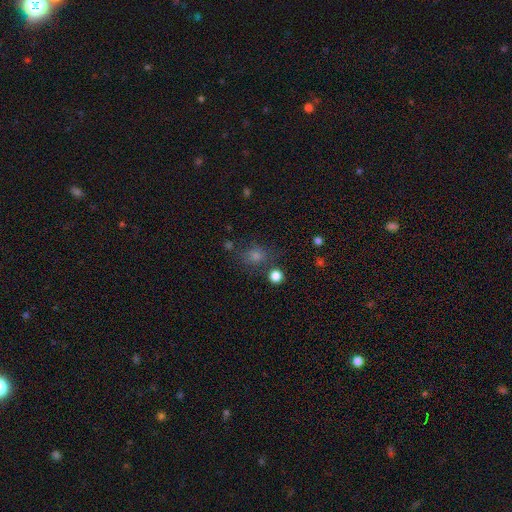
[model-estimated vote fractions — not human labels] Q: Smooth or featured?
A: smooth (61%); runner-up: star or artifact (29%)
Q: How rounded?
A: round (74%); runner-up: in between (25%)
Q: Merging?
A: none (73%); runner-up: minor disturbance (13%)